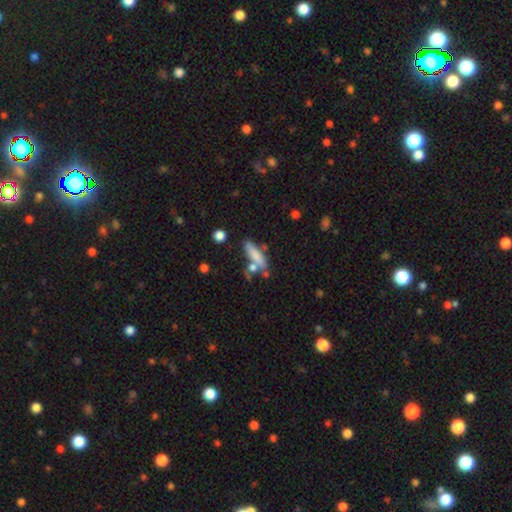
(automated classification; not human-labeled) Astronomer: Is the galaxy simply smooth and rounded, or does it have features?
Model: smooth — 75%.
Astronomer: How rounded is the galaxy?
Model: cigar-shaped — 66%.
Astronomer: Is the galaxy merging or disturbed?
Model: none — 57%.